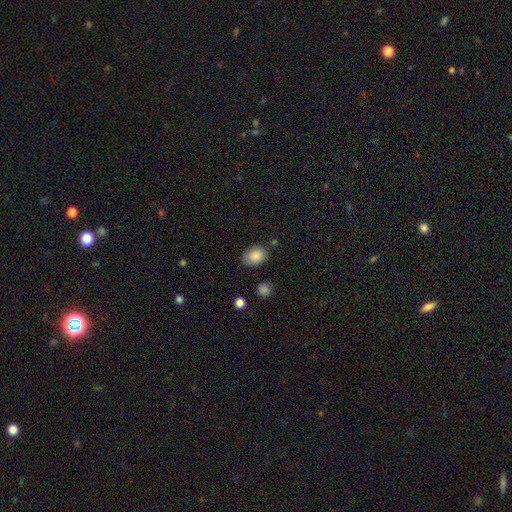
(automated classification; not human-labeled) Smooth or featured: smooth — 87% (star or artifact — 8%)
How rounded: in between — 72% (round — 26%)
Merging: none — 71% (minor disturbance — 22%)